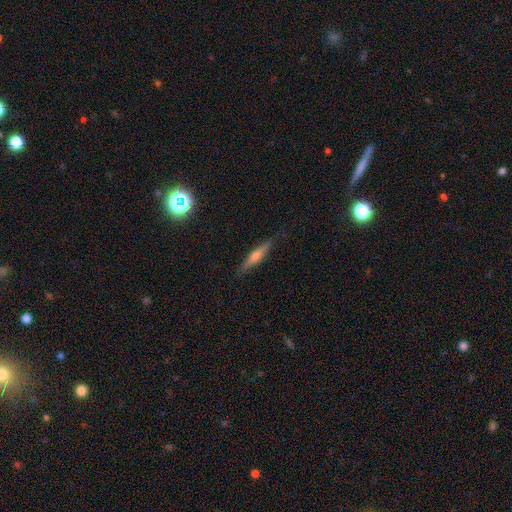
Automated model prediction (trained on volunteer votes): A featured or disk galaxy (53%) viewed edge-on (95%). Merging: none (86%).